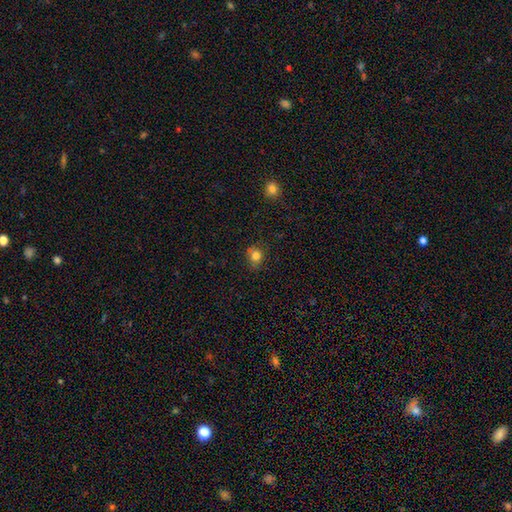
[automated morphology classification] A smooth galaxy with no disk features (81%) that is round (65%).

Vote fractions:
- Smooth or featured? smooth: 81% / star or artifact: 12% / featured or disk: 7%
- How rounded? round: 65% / in between: 34% / cigar-shaped: 1%
- Merging? none: 76% / minor disturbance: 18% / major disturbance: 4% / merger: 2%